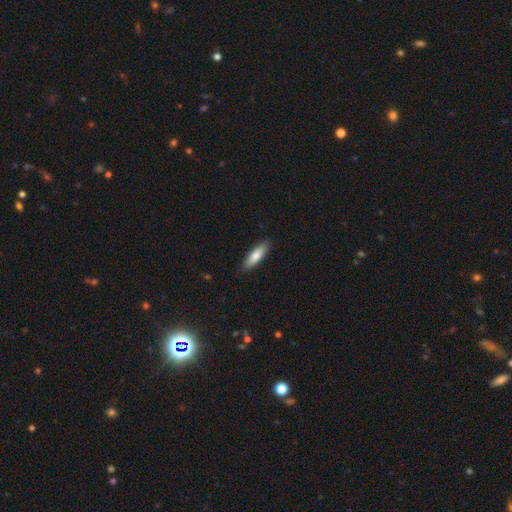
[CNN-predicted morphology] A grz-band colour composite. It shows a smooth galaxy with no disk features (79%) that is cigar-shaped (53%). Merging: none (88%).